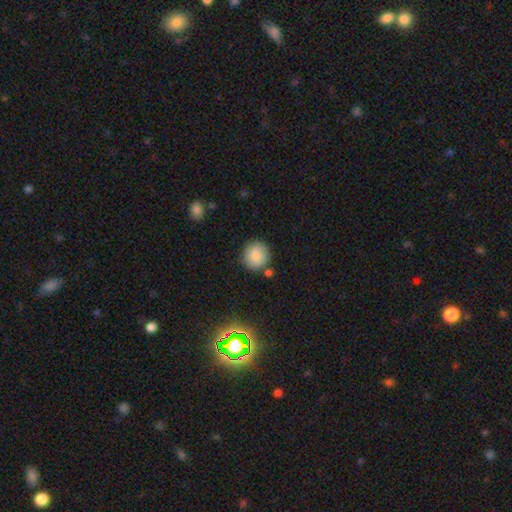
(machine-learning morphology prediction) Smooth or featured?
  - smooth: 85% *
  - star or artifact: 8%
  - featured or disk: 7%
How rounded?
  - round: 90% *
  - in between: 9%
  - cigar-shaped: 1%
Merging?
  - none: 80% *
  - minor disturbance: 11%
  - merger: 6%
  - major disturbance: 3%